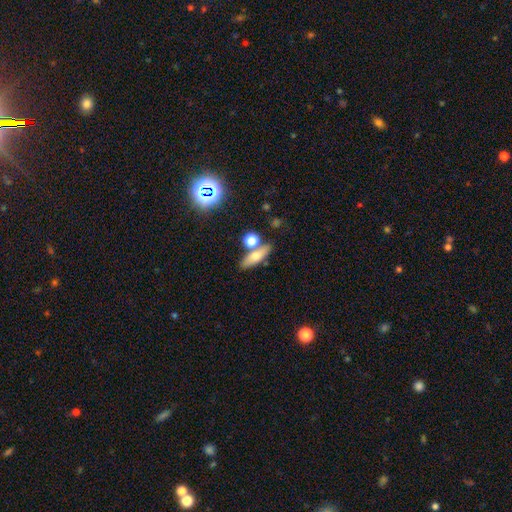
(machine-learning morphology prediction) The model was most divided on "how rounded": in between: 47%, cigar-shaped: 43%, round: 9%. More confident: merging — none (67%); smooth or featured — smooth (66%).